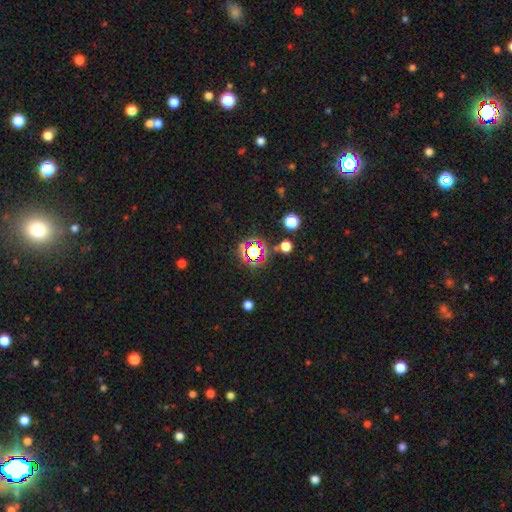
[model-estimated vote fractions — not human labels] smooth_or_featured: star or artifact (p=0.73) [alt: smooth p=0.19]